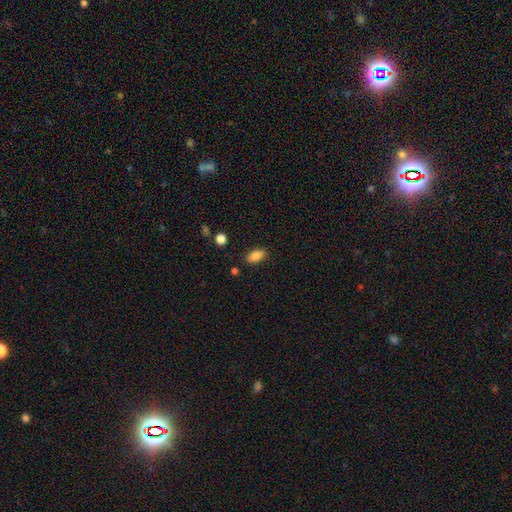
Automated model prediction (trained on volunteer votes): Morphology: type=smooth (87%); roundness=in between (89%); merging=none (85%).